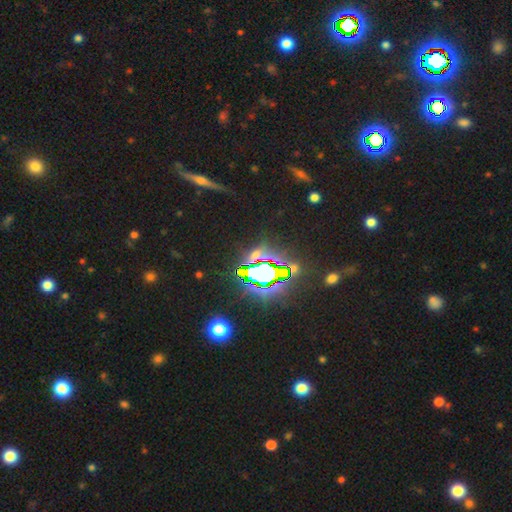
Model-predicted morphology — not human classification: This appears to be a star or artifact, not a galaxy (75%).